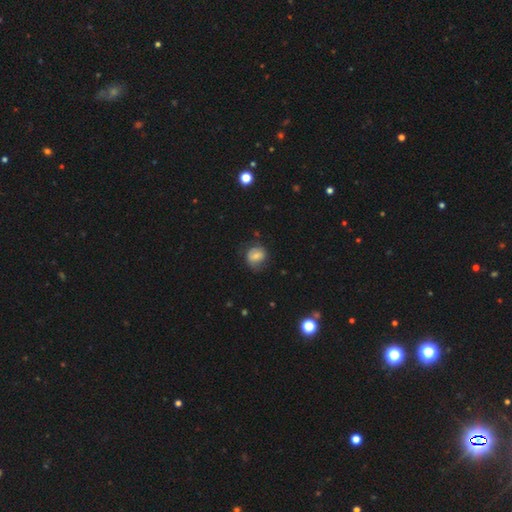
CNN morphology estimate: Smooth or featured? Predicted: smooth (p=0.64). How rounded? Predicted: round (p=0.66). Merging? Predicted: none (p=0.61).